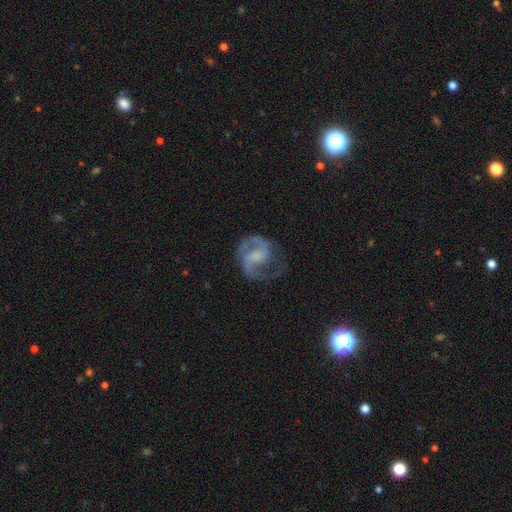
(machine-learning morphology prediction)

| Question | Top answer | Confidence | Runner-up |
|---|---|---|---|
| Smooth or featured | featured or disk | 84% | smooth (10%) |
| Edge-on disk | no | 98% | yes (2%) |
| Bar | weak | 50% | no (30%) |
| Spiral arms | yes | 95% | no (5%) |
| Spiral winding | medium | 55% | loose (25%) |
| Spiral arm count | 2 | 85% | 1 (5%) |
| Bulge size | none | 35% | small (29%) |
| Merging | none | 62% | minor disturbance (20%) |